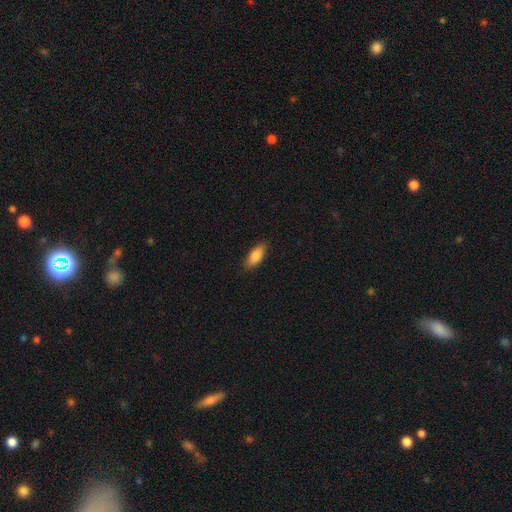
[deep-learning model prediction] Smooth or featured?
  - smooth: 85% *
  - featured or disk: 9%
  - star or artifact: 6%
How rounded?
  - in between: 83% *
  - cigar-shaped: 15%
  - round: 2%
Merging?
  - none: 86% *
  - minor disturbance: 11%
  - major disturbance: 2%
  - merger: 1%